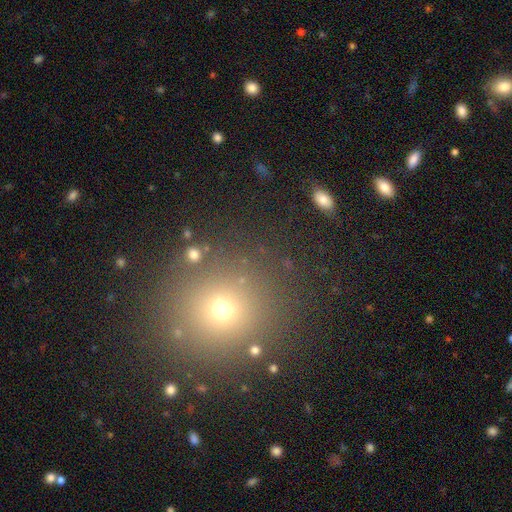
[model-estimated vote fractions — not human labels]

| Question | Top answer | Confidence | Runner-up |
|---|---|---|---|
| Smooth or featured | smooth | 63% | star or artifact (28%) |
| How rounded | round | 88% | in between (11%) |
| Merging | none | 87% | minor disturbance (7%) |